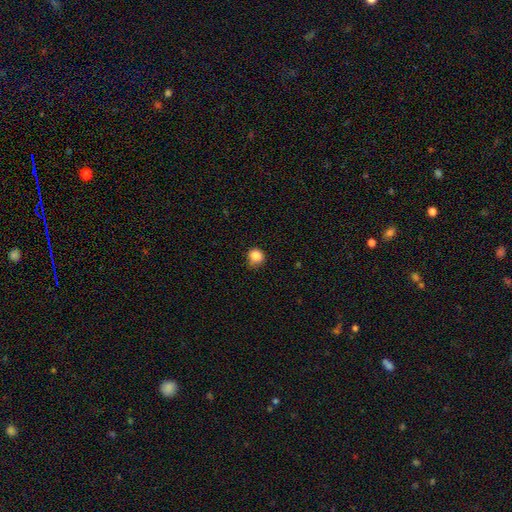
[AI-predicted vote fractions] smooth 85%, star or artifact 11%, featured or disk 4%. Down the decision tree: how rounded — round (87%); merging — none (72%).